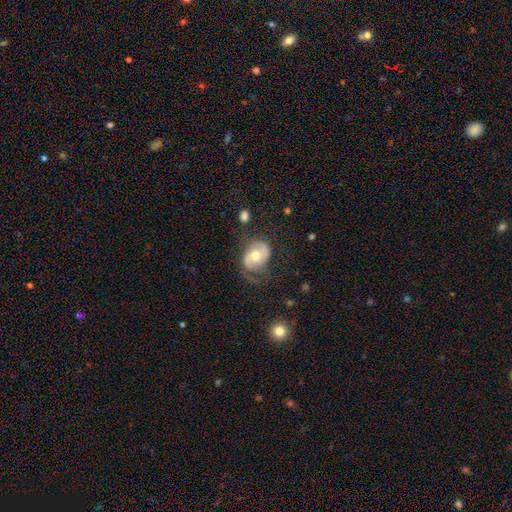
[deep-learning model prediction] featured or disk 65%, smooth 29%, star or artifact 7%. Down the decision tree: edge-on disk — no (96%); bar — no (56%); spiral arms — yes (81%); spiral arm count — 2 (75%); spiral winding — medium (43%); bulge size — moderate (73%); merging — none (53%).